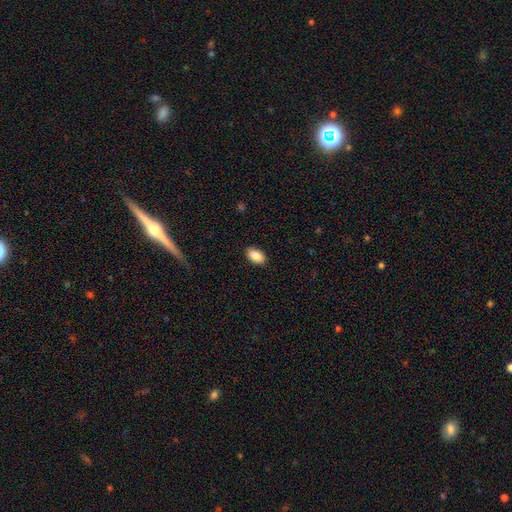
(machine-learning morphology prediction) Smooth or featured? smooth (87%)
How rounded? in between (93%)
Merging? none (88%)